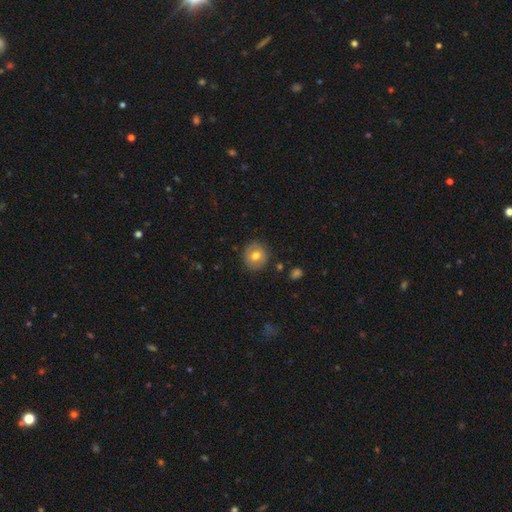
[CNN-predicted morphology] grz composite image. It shows a smooth galaxy with no disk features (69%) that is round (86%). Merging: none (87%).